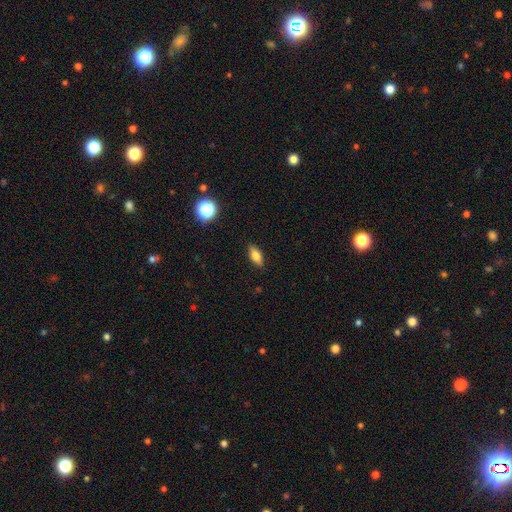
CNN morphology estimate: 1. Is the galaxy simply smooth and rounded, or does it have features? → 71% smooth, 20% featured or disk, 9% star or artifact.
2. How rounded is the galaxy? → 78% in between, 18% cigar-shaped, 5% round.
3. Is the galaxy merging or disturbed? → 88% none, 9% minor disturbance, 2% major disturbance, 1% merger.